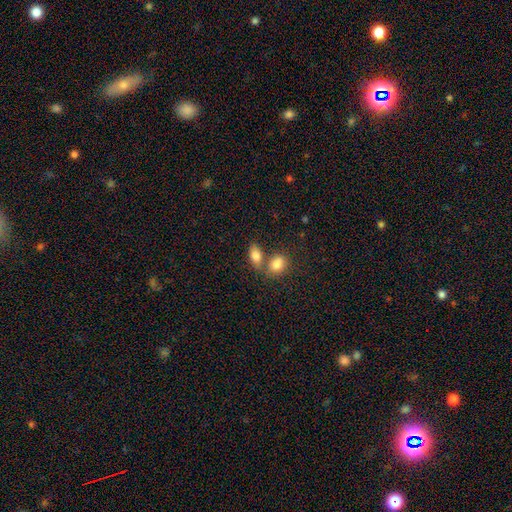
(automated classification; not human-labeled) Smooth or featured: smooth — 82% (featured or disk — 10%)
How rounded: in between — 87% (round — 9%)
Merging: none — 45% (merger — 41%)